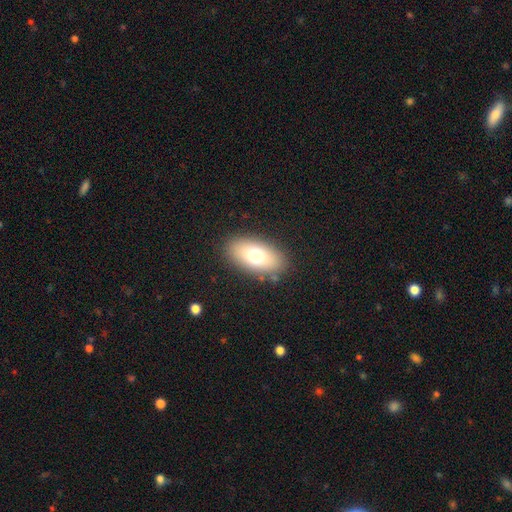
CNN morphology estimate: Smooth or featured? Predicted: smooth (p=0.72). How rounded? Predicted: in between (p=0.90). Merging? Predicted: none (p=0.85).